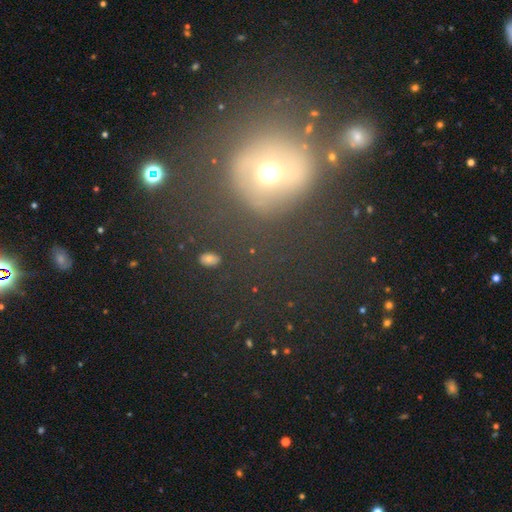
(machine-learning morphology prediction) smooth 44%, featured or disk 33%, star or artifact 23%. Down the decision tree: merging — none (63%).